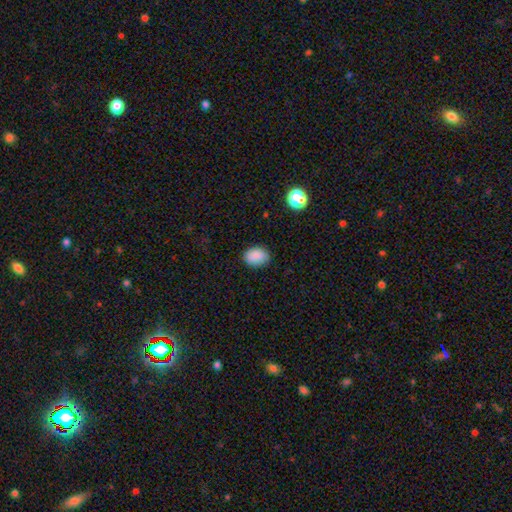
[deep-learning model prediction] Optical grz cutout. It shows a smooth galaxy with no disk features (88%) that is in between round and cigar-shaped (72%). Merging: none (82%).